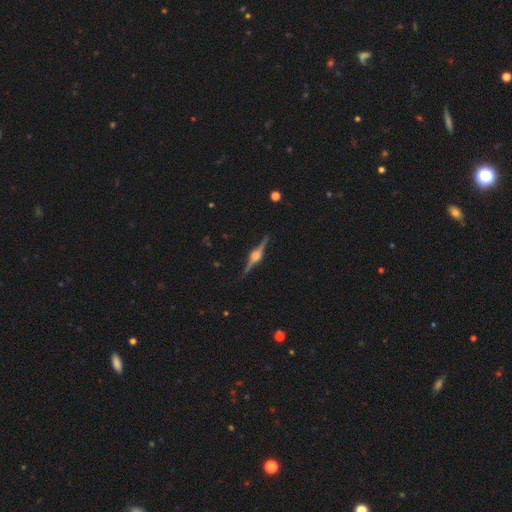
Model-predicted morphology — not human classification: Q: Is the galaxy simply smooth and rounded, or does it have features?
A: featured or disk — 89%.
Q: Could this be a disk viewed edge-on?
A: yes — 98%.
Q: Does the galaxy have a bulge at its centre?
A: rounded — 92%.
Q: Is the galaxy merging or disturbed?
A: none — 91%.